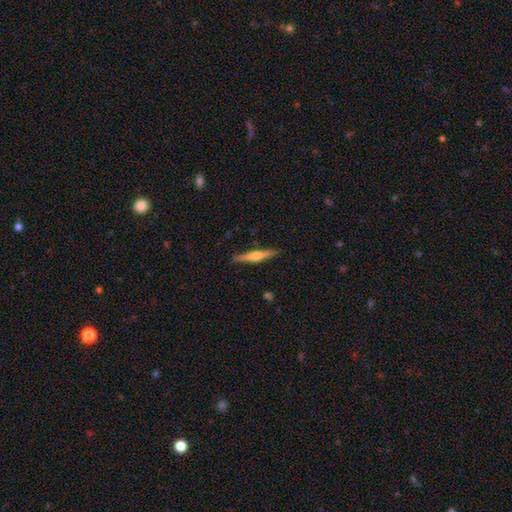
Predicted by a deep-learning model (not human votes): featured or disk 64%, smooth 31%, star or artifact 6%. Down the decision tree: edge-on disk — yes (98%); edge-on bulge — rounded (87%); merging — none (90%).